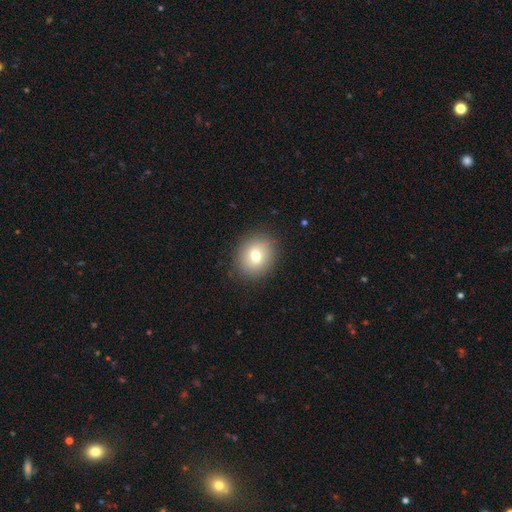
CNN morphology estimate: smooth_or_featured: smooth (p=0.74) [alt: featured or disk p=0.15]
how_rounded: round (p=0.71) [alt: in between p=0.28]
merging: none (p=0.88) [alt: minor disturbance p=0.09]